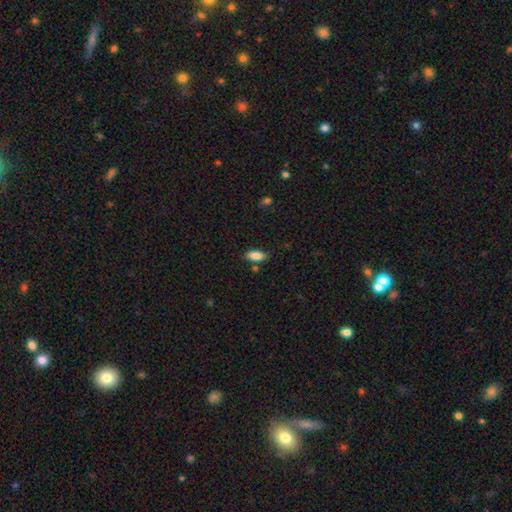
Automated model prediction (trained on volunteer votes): Smooth or featured: smooth — 85% (featured or disk — 8%)
How rounded: in between — 86% (cigar-shaped — 11%)
Merging: none — 78% (minor disturbance — 15%)